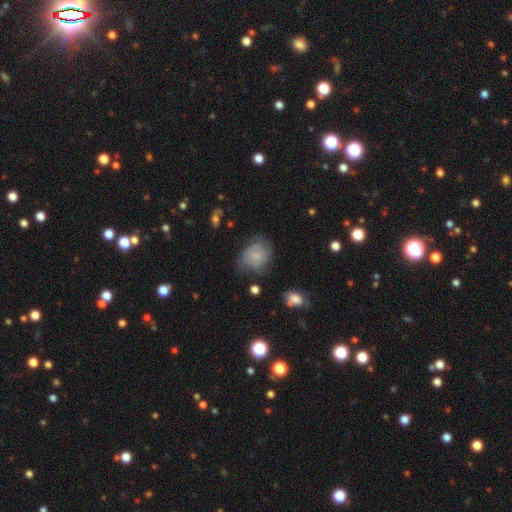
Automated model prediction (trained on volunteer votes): This is likely a smooth galaxy (61%). How rounded: possibly round (55%). Merging: possibly none (49%).